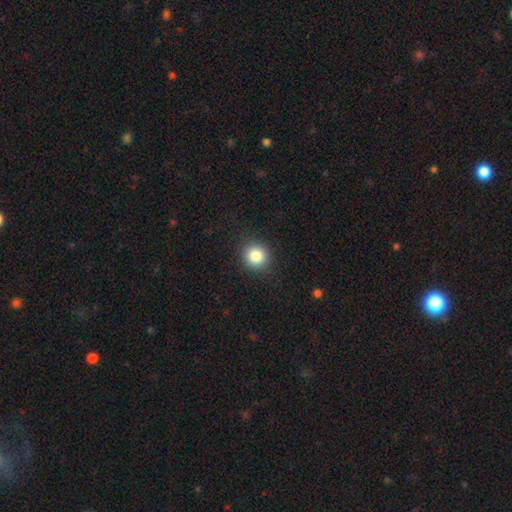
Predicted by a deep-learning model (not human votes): smooth-or-featured: smooth: 85% | star or artifact: 10% | featured or disk: 5%
  how-rounded: round: 88% | in between: 12% | cigar-shaped: 1%
  merging: none: 90% | minor disturbance: 7% | major disturbance: 2% | merger: 1%